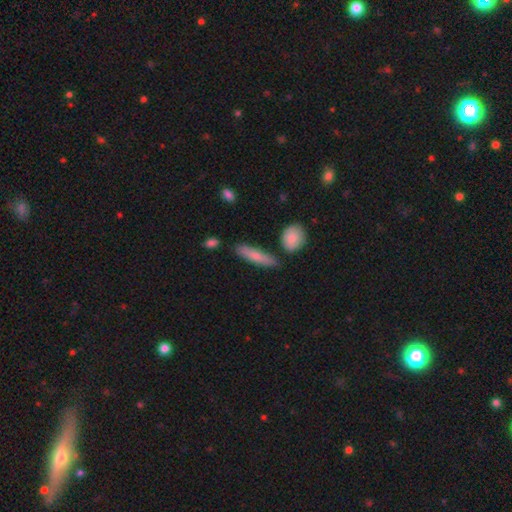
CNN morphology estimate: Q: Smooth or featured?
A: smooth (74%); runner-up: featured or disk (20%)
Q: How rounded?
A: cigar-shaped (78%); runner-up: in between (20%)
Q: Merging?
A: none (80%); runner-up: minor disturbance (12%)